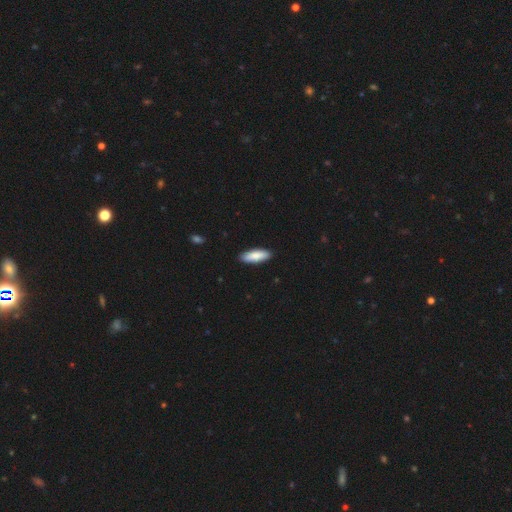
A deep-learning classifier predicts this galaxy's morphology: Overall: smooth (86%). How rounded: in between (57%; cigar-shaped 41%). Merging: none (90%).